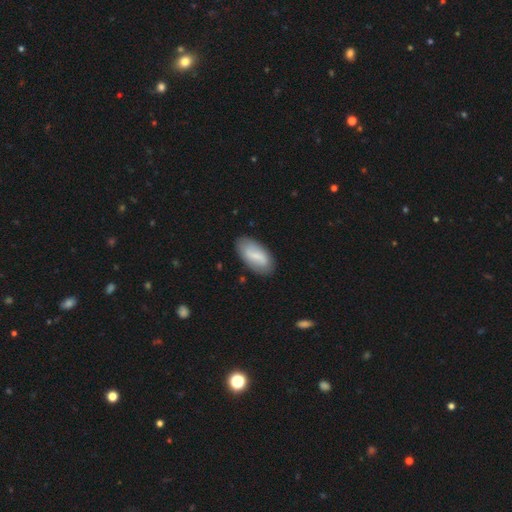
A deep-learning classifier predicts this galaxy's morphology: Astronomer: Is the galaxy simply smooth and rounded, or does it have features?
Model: smooth — 63%.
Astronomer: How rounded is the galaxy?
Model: in between — 92%.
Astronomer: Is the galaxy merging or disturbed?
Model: none — 81%.